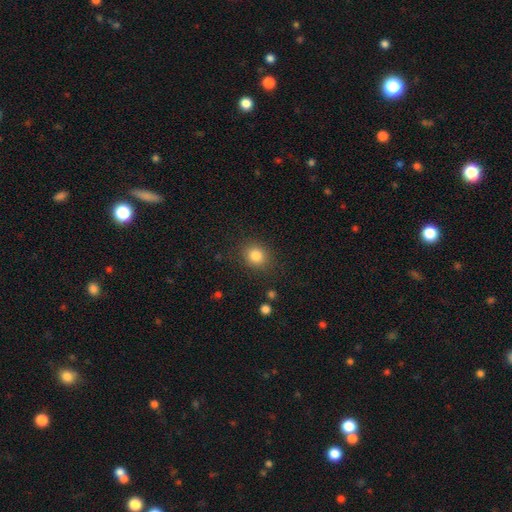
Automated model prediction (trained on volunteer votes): The model was most divided on "how rounded": round: 70%, in between: 29%, cigar-shaped: 1%. More confident: merging — none (85%); smooth or featured — smooth (84%).